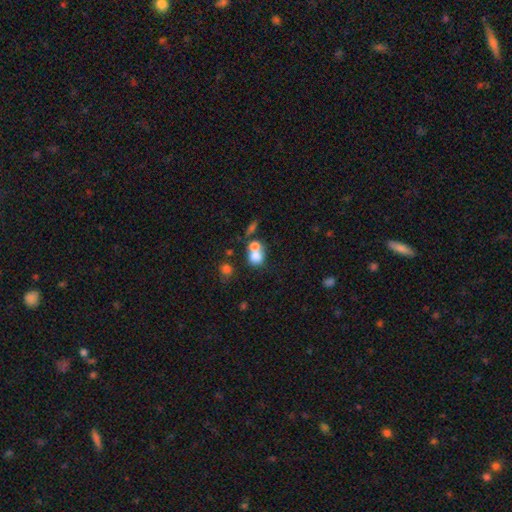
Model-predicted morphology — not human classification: This is likely a smooth galaxy (75%). How rounded: likely round (65%). Merging: possibly merger (51%).